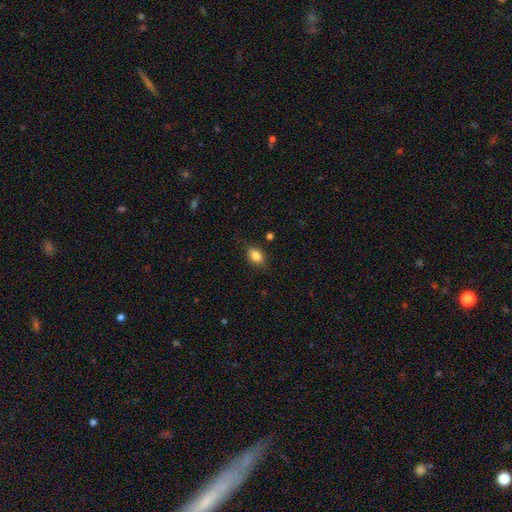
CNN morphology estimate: Smooth or featured? Predicted: smooth (p=0.83). How rounded? Predicted: in between (p=0.76). Merging? Predicted: none (p=0.79).